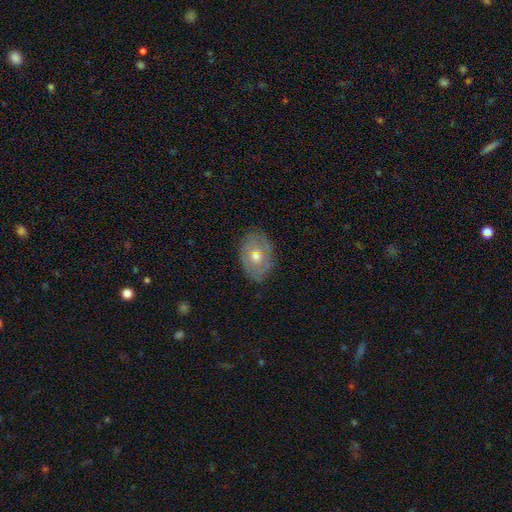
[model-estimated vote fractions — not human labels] Smooth or featured: featured or disk — 50% (smooth — 42%)
Edge-on disk: no — 93% (yes — 7%)
Merging: none — 81% (minor disturbance — 15%)